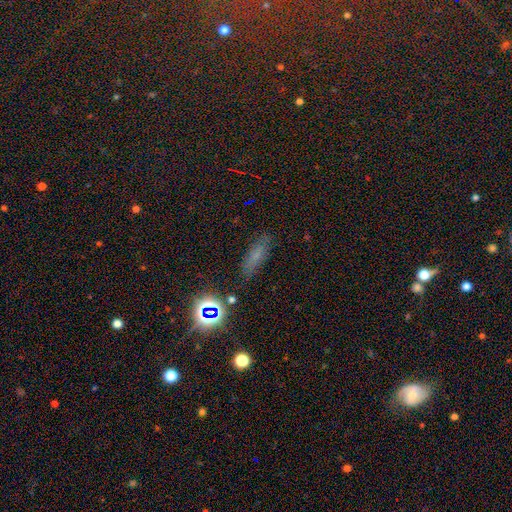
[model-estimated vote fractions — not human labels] Smooth or featured? Predicted: smooth (p=0.57). How rounded? Predicted: in between (p=0.49). Merging? Predicted: none (p=0.79).